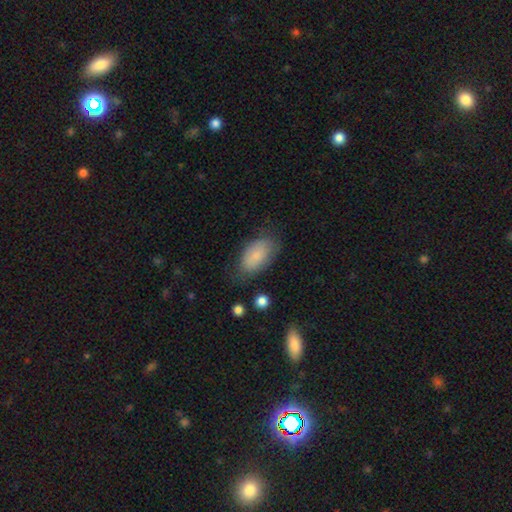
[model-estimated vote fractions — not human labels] Smooth or featured? Predicted: smooth (p=0.82). How rounded? Predicted: in between (p=0.93). Merging? Predicted: none (p=0.69).